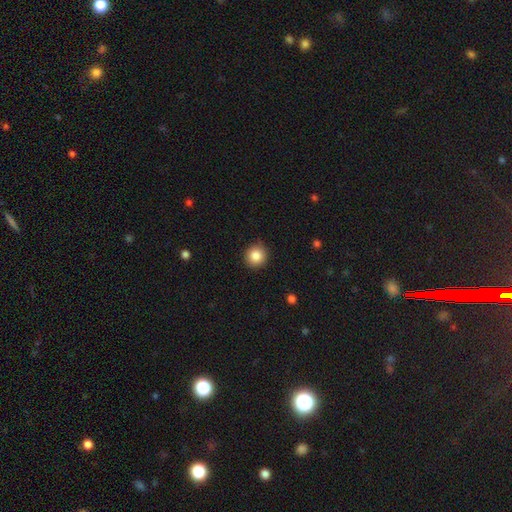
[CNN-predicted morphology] Overall: smooth (85%). How rounded: round (93%). Merging: none (87%).